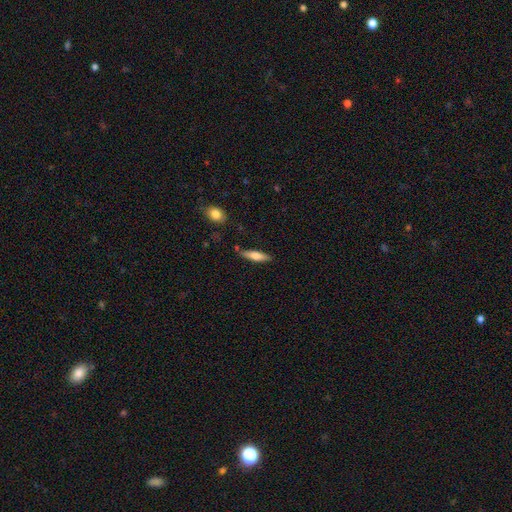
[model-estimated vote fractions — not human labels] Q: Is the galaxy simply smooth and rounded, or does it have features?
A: smooth — 65%.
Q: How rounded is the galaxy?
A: cigar-shaped — 68%.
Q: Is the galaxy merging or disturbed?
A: none — 82%.